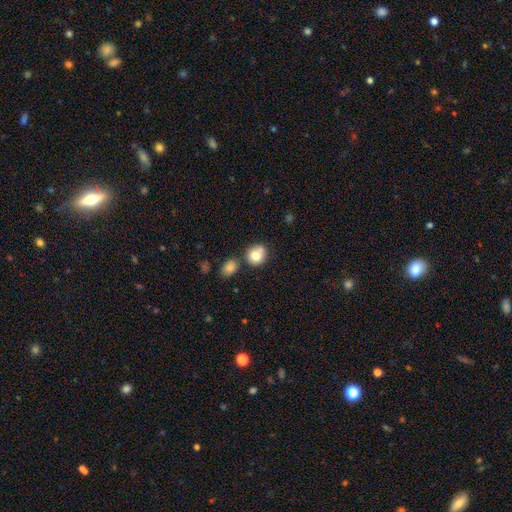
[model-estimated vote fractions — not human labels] Smooth or featured? Predicted: smooth (p=0.79). How rounded? Predicted: round (p=0.80). Merging? Predicted: none (p=0.61).